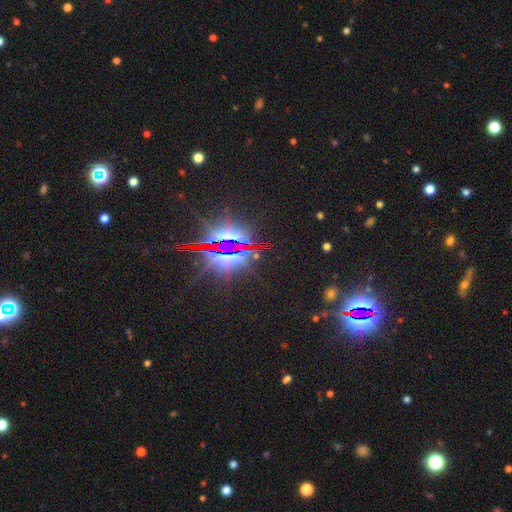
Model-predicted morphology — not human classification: A star or artifact, not a galaxy (86%).